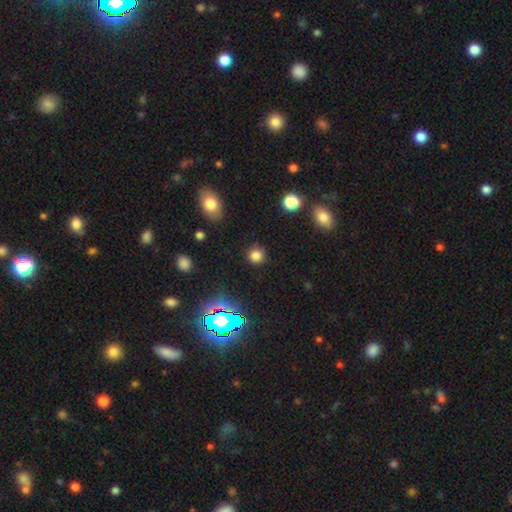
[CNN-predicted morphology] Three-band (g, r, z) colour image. It shows a smooth galaxy with no disk features (77%) that is round (91%). Merging: none (85%).